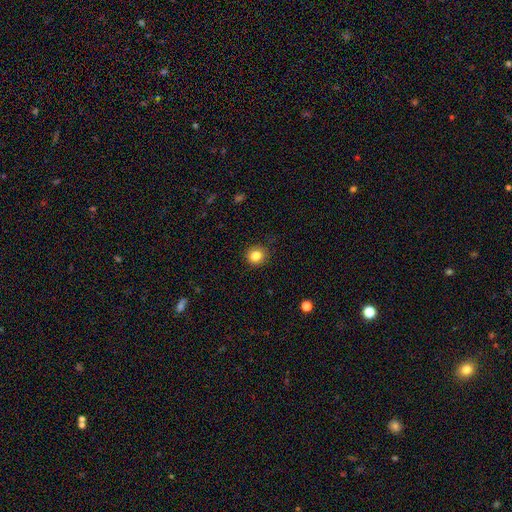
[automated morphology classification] Smooth or featured? smooth (83%)
How rounded? round (84%)
Merging? none (87%)